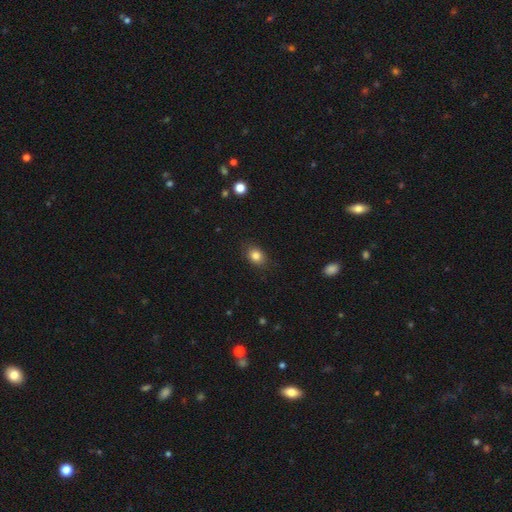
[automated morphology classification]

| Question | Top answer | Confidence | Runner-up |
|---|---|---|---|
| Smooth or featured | smooth | 83% | star or artifact (10%) |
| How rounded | in between | 58% | round (41%) |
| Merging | none | 84% | minor disturbance (12%) |